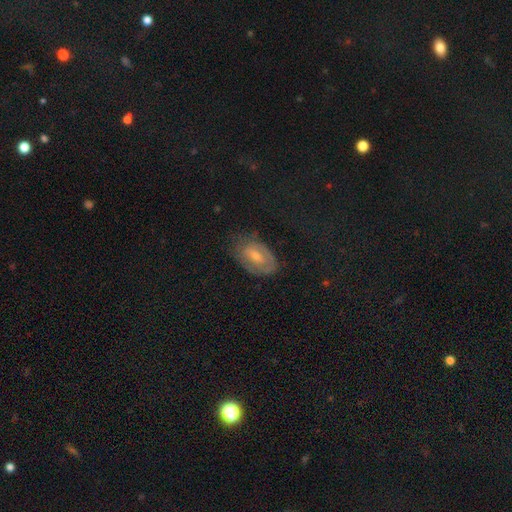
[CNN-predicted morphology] smooth_or_featured: featured or disk (p=0.52) [alt: smooth p=0.29]
disk_edge_on: no (p=0.93) [alt: yes p=0.07]
merging: none (p=0.70) [alt: minor disturbance p=0.21]